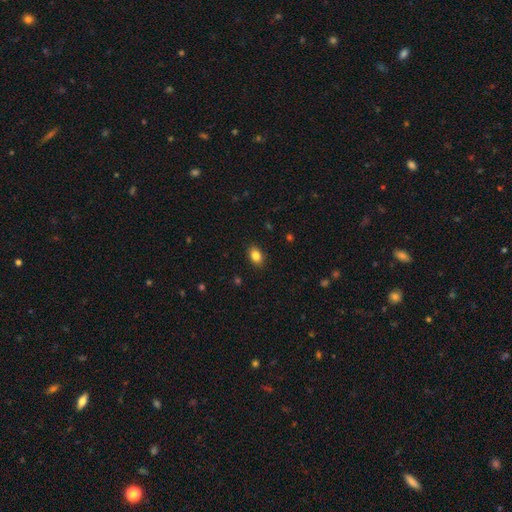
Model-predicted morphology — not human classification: Q: Smooth or featured?
A: smooth (84%); runner-up: star or artifact (9%)
Q: How rounded?
A: in between (79%); runner-up: round (20%)
Q: Merging?
A: none (88%); runner-up: minor disturbance (9%)